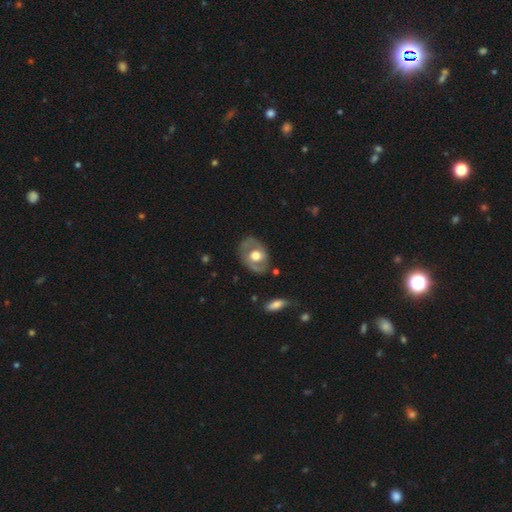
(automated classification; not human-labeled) Smooth or featured? featured or disk (57%)
Edge-on disk? no (92%)
Bar? no (78%)
Spiral arms? no (68%)
Bulge size? moderate (50%)
Merging? none (73%)